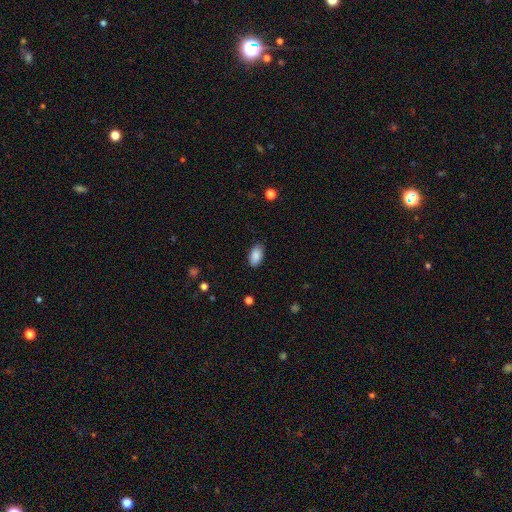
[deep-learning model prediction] Smooth or featured?
  - smooth: 89% *
  - star or artifact: 7%
  - featured or disk: 4%
How rounded?
  - in between: 94% *
  - round: 4%
  - cigar-shaped: 2%
Merging?
  - none: 85% *
  - minor disturbance: 12%
  - major disturbance: 3%
  - merger: 1%